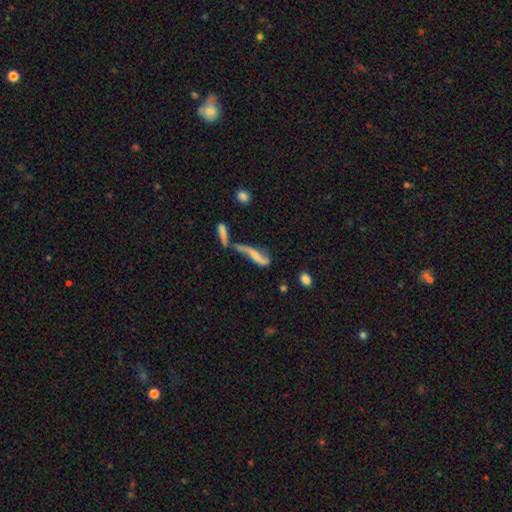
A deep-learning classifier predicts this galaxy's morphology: A featured or disk galaxy (59%). Merging: merger (41%).